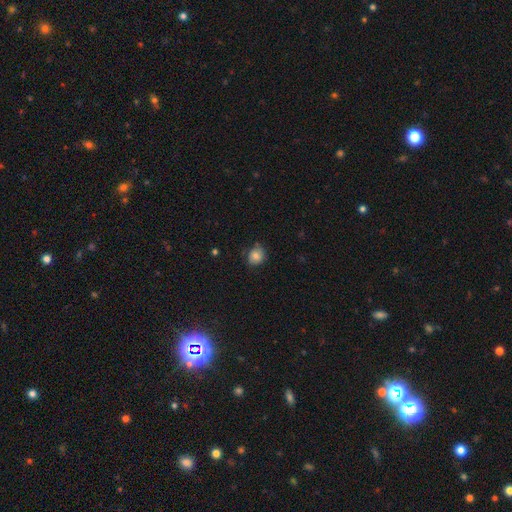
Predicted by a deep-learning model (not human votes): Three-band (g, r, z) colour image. It shows a smooth galaxy with no disk features (74%) that is round (75%). Merging: none (71%).